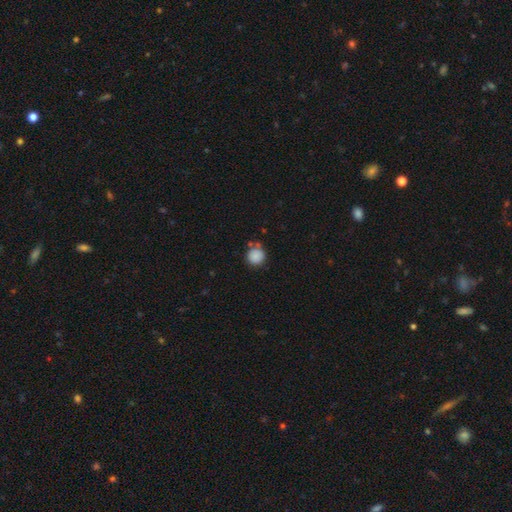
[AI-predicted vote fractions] smooth 87%, star or artifact 9%, featured or disk 4%. Down the decision tree: how rounded — round (92%); merging — none (71%).